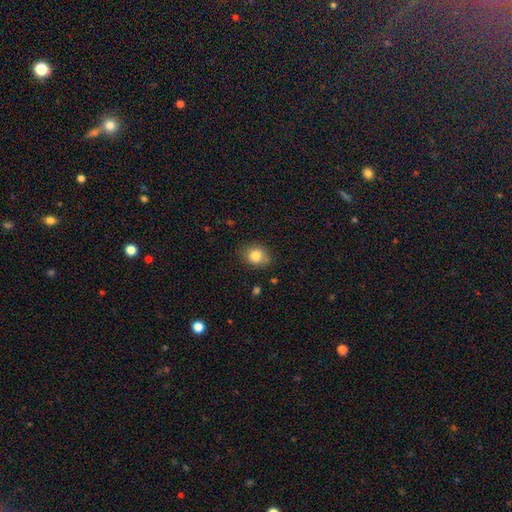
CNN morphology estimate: This is clearly a smooth galaxy (83%). How rounded: likely round (68%). Merging: likely none (77%).